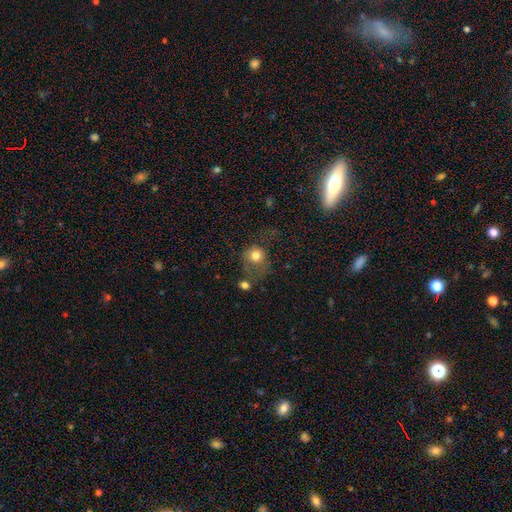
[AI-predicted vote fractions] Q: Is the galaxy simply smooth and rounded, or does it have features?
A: smooth — 76%.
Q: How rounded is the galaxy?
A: round — 77%.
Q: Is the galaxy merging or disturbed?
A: none — 38%.